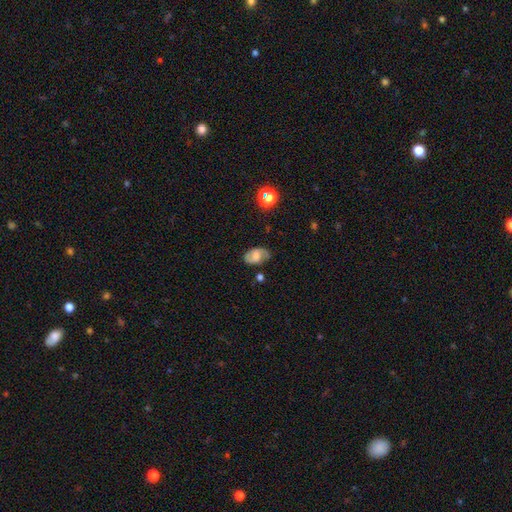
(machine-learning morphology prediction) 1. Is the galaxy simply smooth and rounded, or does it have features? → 53% featured or disk, 37% smooth, 9% star or artifact.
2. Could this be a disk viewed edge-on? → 96% no, 4% yes.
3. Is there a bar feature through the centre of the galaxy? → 47% no, 42% weak, 11% strong.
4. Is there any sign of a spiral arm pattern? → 84% yes, 16% no.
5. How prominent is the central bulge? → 37% moderate, 26% small, 18% none, 17% large, 3% dominant.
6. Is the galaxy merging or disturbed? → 68% none, 23% minor disturbance, 7% major disturbance, 3% merger.